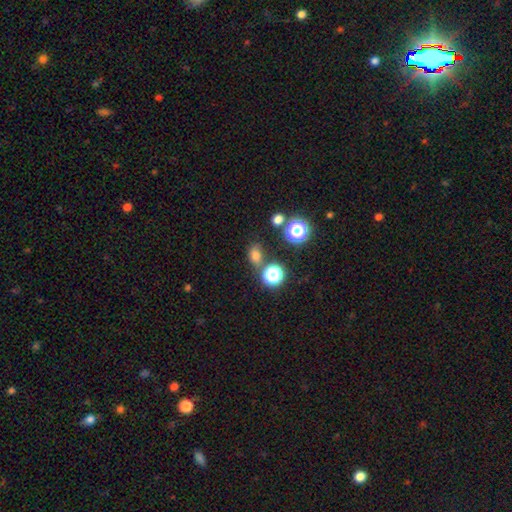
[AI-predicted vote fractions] A smooth galaxy with no disk features (70%) that is in between round and cigar-shaped (57%).

Vote fractions:
- Smooth or featured? smooth: 70% / star or artifact: 23% / featured or disk: 7%
- How rounded? in between: 57% / round: 41% / cigar-shaped: 2%
- Merging? none: 70% / minor disturbance: 15% / merger: 10% / major disturbance: 5%